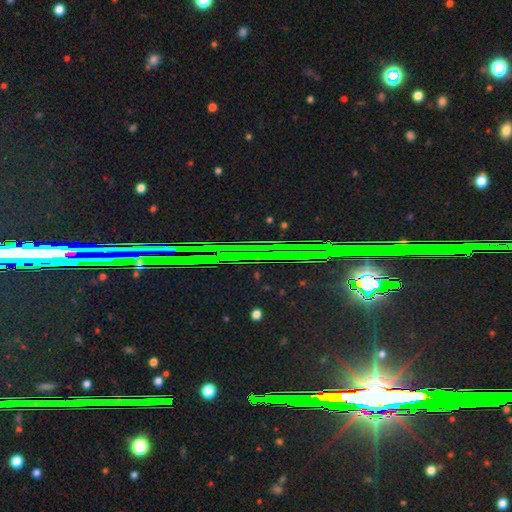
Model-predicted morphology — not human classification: Smooth or featured? star or artifact (85%)